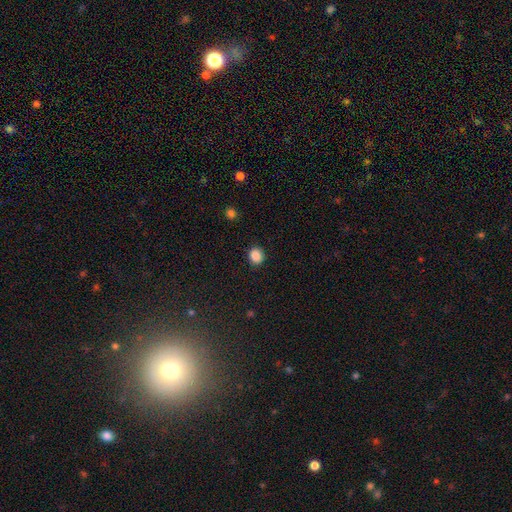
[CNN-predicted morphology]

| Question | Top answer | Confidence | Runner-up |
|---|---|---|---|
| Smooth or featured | smooth | 87% | star or artifact (10%) |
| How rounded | round | 78% | in between (22%) |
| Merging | none | 90% | minor disturbance (7%) |